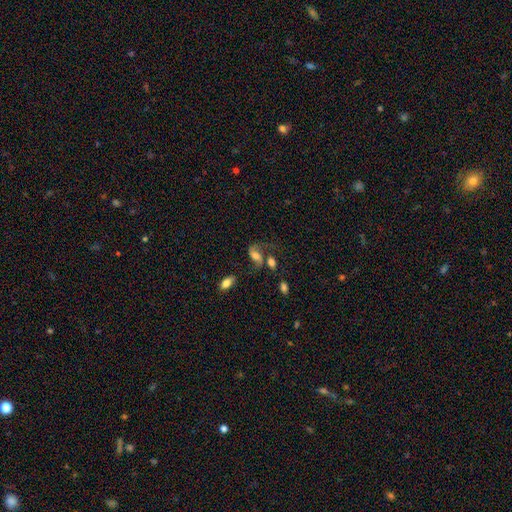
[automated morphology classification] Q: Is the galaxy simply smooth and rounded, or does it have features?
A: featured or disk — 59%.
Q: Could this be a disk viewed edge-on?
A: no — 95%.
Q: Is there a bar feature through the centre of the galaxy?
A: no — 47%.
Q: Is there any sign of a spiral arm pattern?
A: yes — 88%.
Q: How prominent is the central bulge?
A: moderate — 44%.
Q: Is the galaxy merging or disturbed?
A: none — 40%.